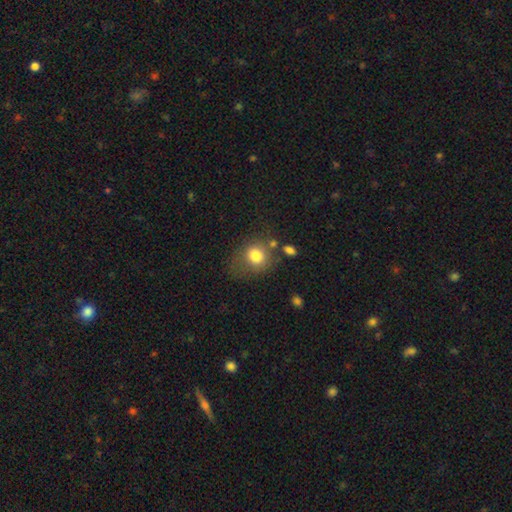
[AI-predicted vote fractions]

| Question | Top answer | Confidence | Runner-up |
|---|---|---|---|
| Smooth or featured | smooth | 79% | featured or disk (11%) |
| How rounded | round | 70% | in between (30%) |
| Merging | none | 55% | minor disturbance (22%) |